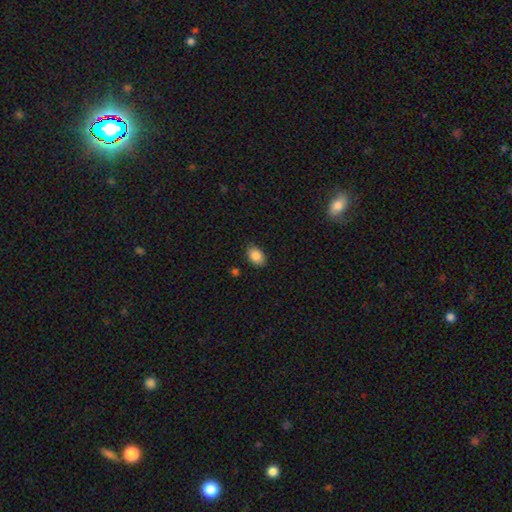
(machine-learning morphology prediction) Smooth or featured? smooth (88%)
How rounded? in between (85%)
Merging? none (83%)